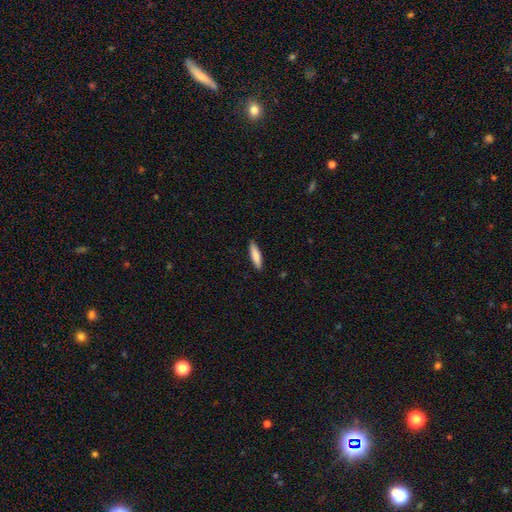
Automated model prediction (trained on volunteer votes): smooth-or-featured: smooth: 83% | featured or disk: 12% | star or artifact: 5%
  how-rounded: cigar-shaped: 74% | in between: 25% | round: 1%
  merging: none: 89% | minor disturbance: 8% | major disturbance: 2% | merger: 1%